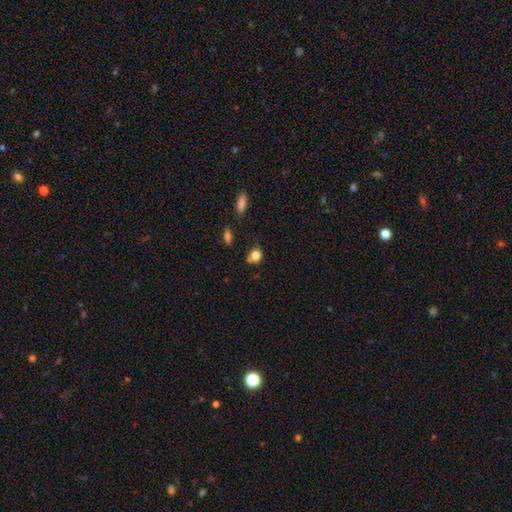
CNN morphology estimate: A smooth galaxy with no disk features (81%) that is round (61%). Merging: none (55%).